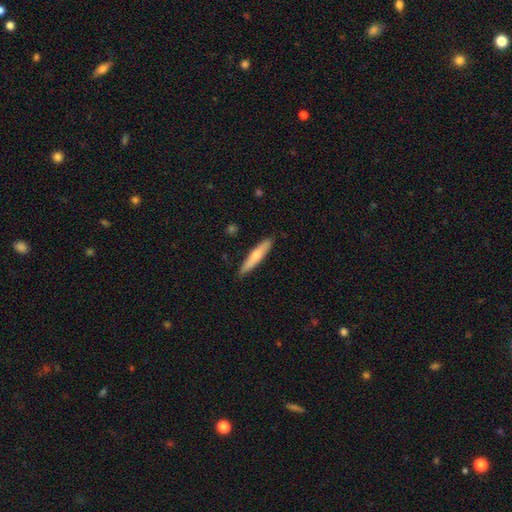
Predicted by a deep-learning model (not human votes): smooth 63%, featured or disk 31%, star or artifact 5%. Down the decision tree: how rounded — cigar-shaped (90%); merging — none (87%).